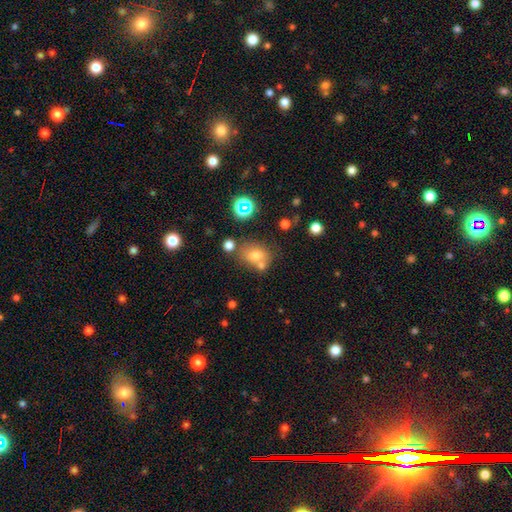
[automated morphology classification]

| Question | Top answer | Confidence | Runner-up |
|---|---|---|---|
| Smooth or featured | smooth | 66% | star or artifact (17%) |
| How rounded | in between | 52% | round (46%) |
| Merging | none | 54% | merger (26%) |